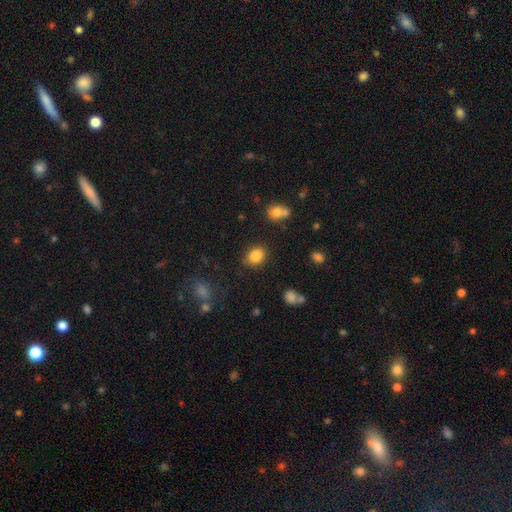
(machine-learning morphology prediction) Smooth or featured: smooth — 85% (star or artifact — 10%)
How rounded: in between — 56% (round — 43%)
Merging: none — 80% (minor disturbance — 13%)